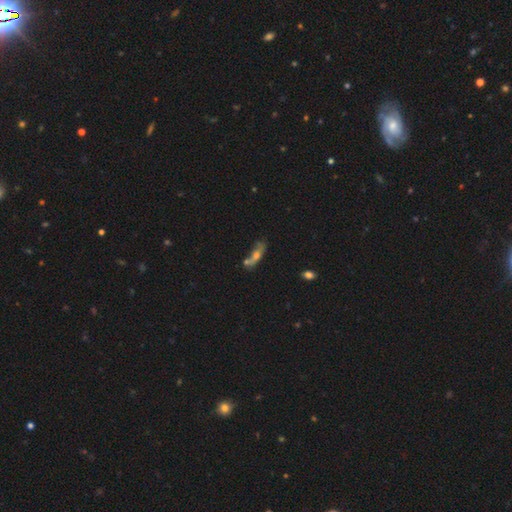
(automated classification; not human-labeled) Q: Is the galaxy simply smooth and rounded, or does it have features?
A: smooth — 44%.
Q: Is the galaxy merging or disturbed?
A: none — 40%.